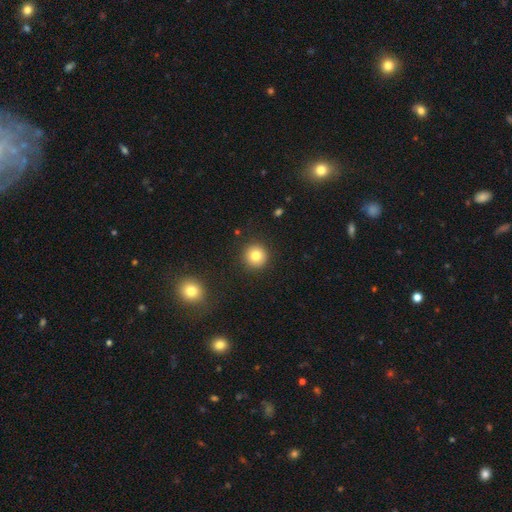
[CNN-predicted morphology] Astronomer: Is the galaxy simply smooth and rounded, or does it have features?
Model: smooth — 80%.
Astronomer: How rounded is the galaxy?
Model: round — 94%.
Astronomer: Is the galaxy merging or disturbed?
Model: none — 91%.